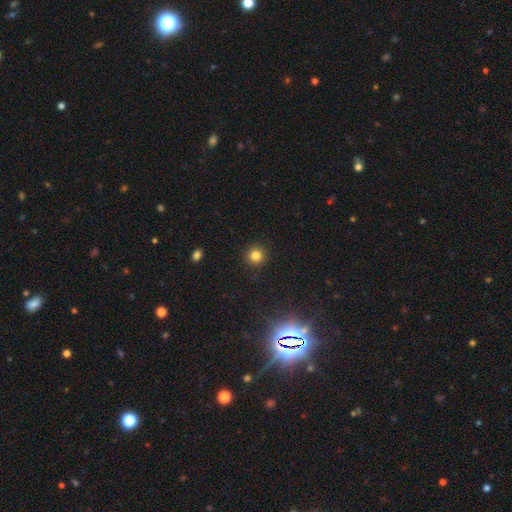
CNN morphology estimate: This appears to be a smooth galaxy with no disk features (81%) that is round (94%). Merging: none (92%).